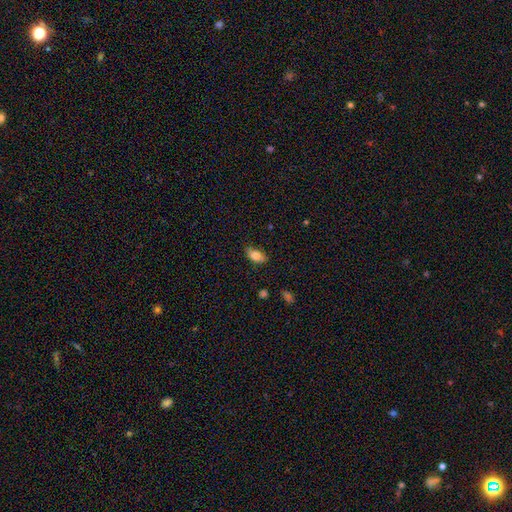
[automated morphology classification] type=smooth (82%); roundness=in between (90%); merging=none (77%).